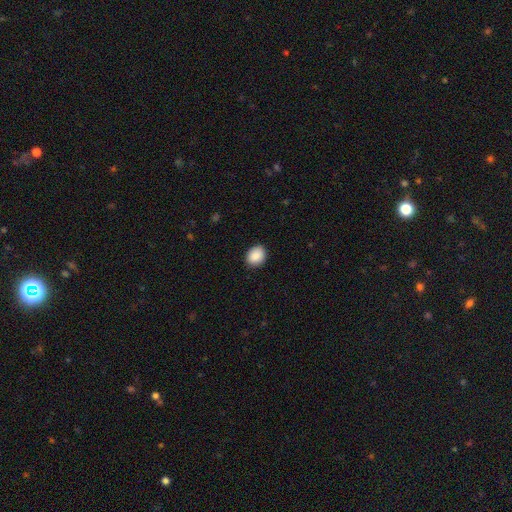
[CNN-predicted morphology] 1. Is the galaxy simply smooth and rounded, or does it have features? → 89% smooth, 7% star or artifact, 4% featured or disk.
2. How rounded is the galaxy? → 55% in between, 44% round, 1% cigar-shaped.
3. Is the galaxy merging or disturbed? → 89% none, 8% minor disturbance, 2% major disturbance, 1% merger.